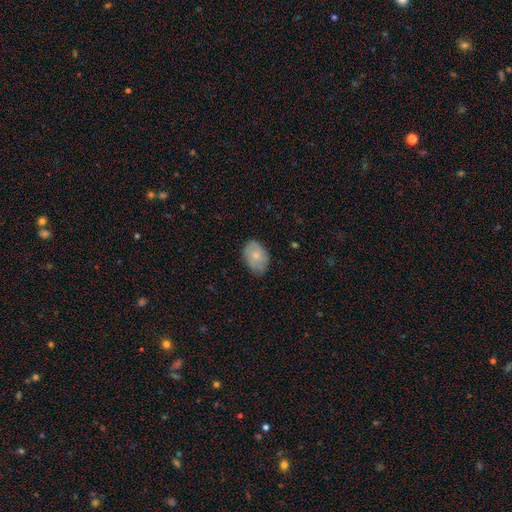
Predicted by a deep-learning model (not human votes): smooth-or-featured: smooth: 73% | featured or disk: 20% | star or artifact: 7%
  how-rounded: in between: 84% | round: 15% | cigar-shaped: 1%
  merging: none: 75% | minor disturbance: 20% | major disturbance: 3% | merger: 1%